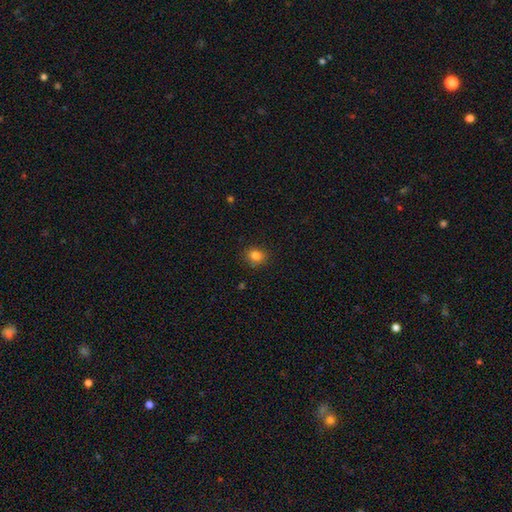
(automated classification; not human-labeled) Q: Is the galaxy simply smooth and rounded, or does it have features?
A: smooth — 83%.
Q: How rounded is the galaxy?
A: round — 67%.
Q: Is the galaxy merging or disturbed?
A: none — 86%.